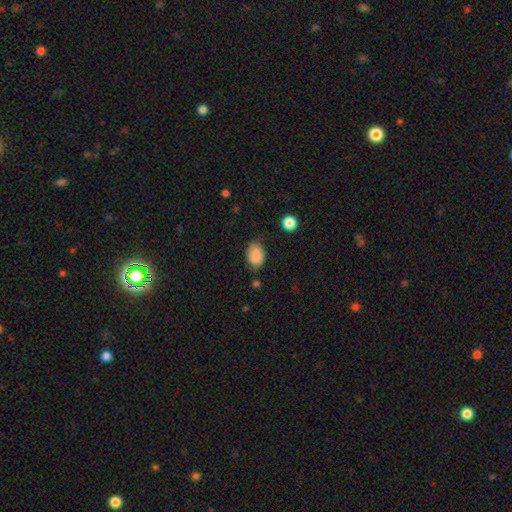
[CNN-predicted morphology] A smooth galaxy with no disk features (87%) that is in between round and cigar-shaped (84%). Merging: none (70%).